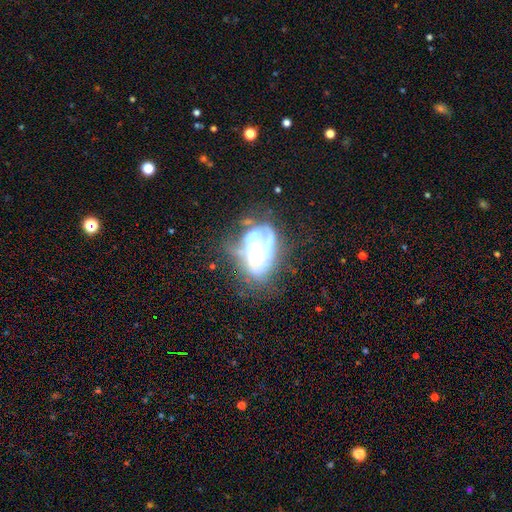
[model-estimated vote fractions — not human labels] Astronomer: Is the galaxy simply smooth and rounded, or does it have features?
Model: featured or disk — 67%.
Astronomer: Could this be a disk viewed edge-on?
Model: no — 95%.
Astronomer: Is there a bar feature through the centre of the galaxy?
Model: no — 79%.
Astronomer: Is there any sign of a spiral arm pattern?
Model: no — 67%.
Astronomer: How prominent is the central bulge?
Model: moderate — 40% (runner-up: large, 30%).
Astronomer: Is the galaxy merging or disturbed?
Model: major disturbance — 36% (runner-up: none, 24%).